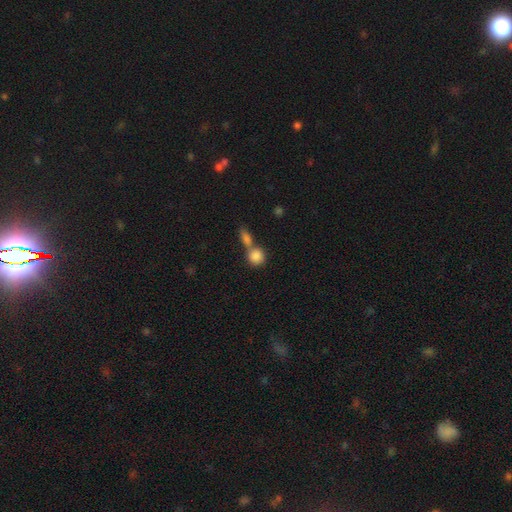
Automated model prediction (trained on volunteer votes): Smooth or featured: smooth — 86% (star or artifact — 8%)
How rounded: round — 79% (in between — 19%)
Merging: merger — 50% (none — 39%)